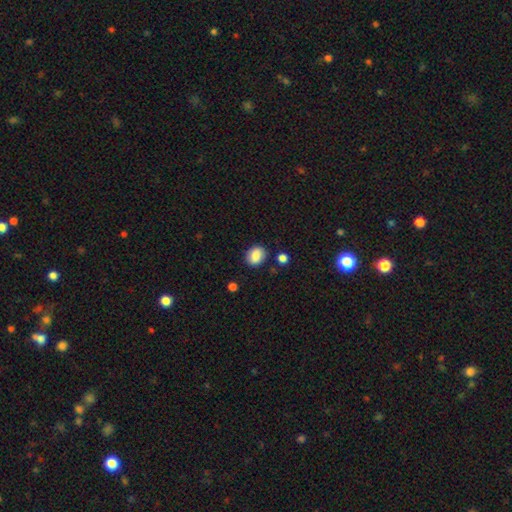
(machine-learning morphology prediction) Smooth or featured: smooth — 84% (star or artifact — 8%)
How rounded: round — 54% (in between — 45%)
Merging: none — 82% (minor disturbance — 12%)